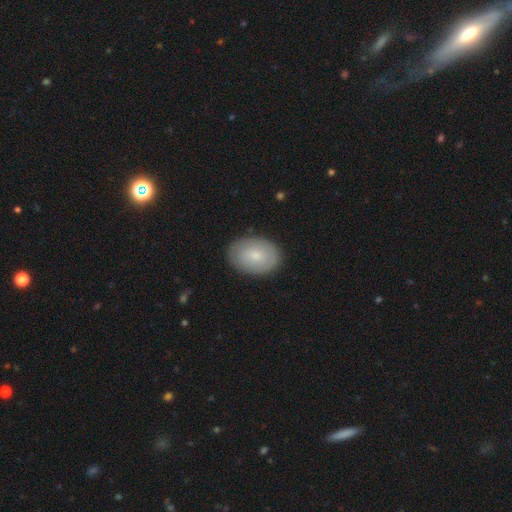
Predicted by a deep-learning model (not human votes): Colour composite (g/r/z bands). It shows a smooth galaxy with no disk features (68%) that is in between round and cigar-shaped (81%). Merging: none (85%).